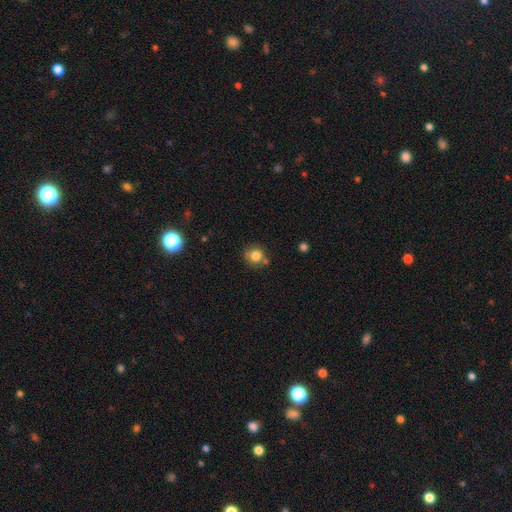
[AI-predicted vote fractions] A smooth galaxy with no disk features (81%) that is round (87%).

Vote fractions:
- Smooth or featured? smooth: 81% / star or artifact: 11% / featured or disk: 8%
- How rounded? round: 87% / in between: 12% / cigar-shaped: 1%
- Merging? none: 71% / minor disturbance: 15% / merger: 10% / major disturbance: 4%